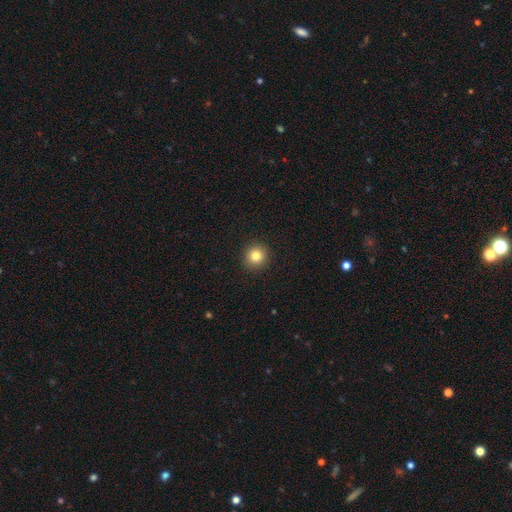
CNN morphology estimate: This is clearly a smooth galaxy (82%). How rounded: clearly round (91%). Merging: clearly none (92%).